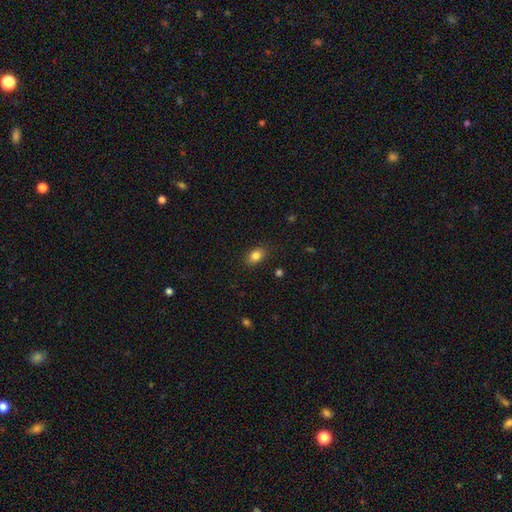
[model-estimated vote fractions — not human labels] Morphology: type=smooth (83%); roundness=in between (78%); merging=none (86%).